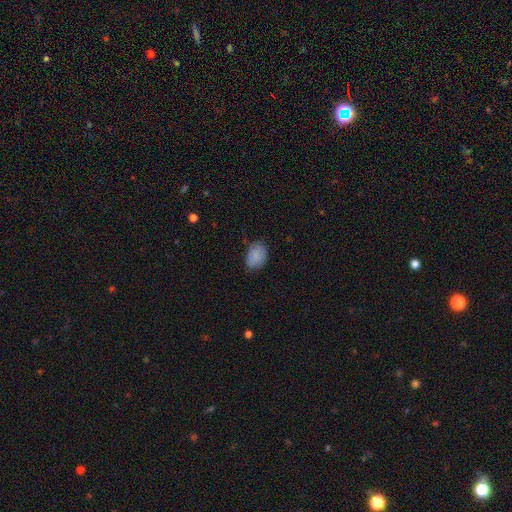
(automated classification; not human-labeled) Smooth or featured? smooth (84%)
How rounded? in between (82%)
Merging? none (69%)